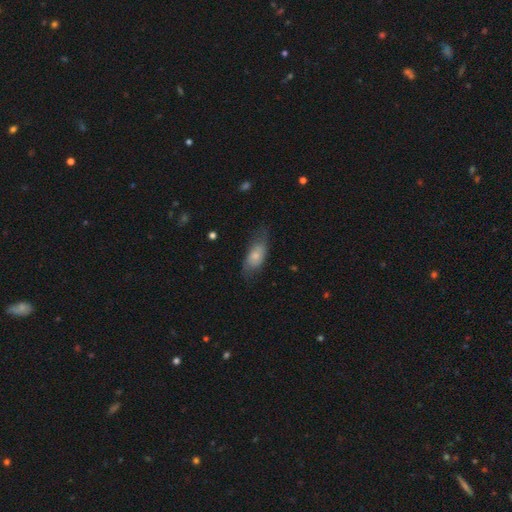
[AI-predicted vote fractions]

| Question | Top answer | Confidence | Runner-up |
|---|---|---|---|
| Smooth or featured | smooth | 64% | featured or disk (29%) |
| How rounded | in between | 85% | cigar-shaped (10%) |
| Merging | none | 57% | minor disturbance (28%) |